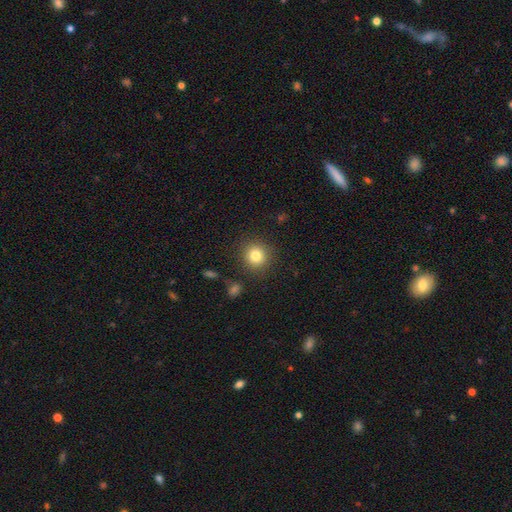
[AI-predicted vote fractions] Smooth or featured?
  - smooth: 82% *
  - star or artifact: 11%
  - featured or disk: 7%
How rounded?
  - round: 91% *
  - in between: 9%
  - cigar-shaped: 1%
Merging?
  - none: 87% *
  - minor disturbance: 8%
  - major disturbance: 3%
  - merger: 2%